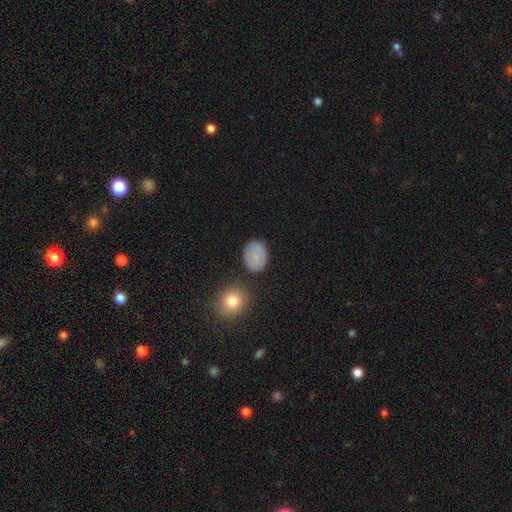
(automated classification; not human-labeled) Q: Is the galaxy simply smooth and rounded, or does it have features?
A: smooth — 77%.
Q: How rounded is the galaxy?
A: in between — 56%.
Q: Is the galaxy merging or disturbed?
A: none — 79%.